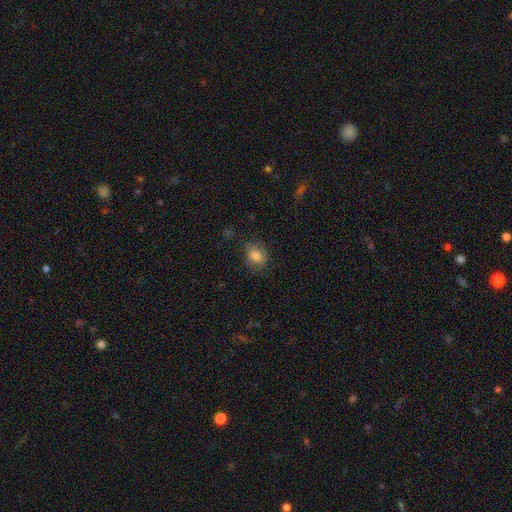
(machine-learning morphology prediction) The model was most divided on "how rounded": in between: 51%, round: 48%, cigar-shaped: 1%. More confident: smooth or featured — smooth (81%); merging — none (74%).